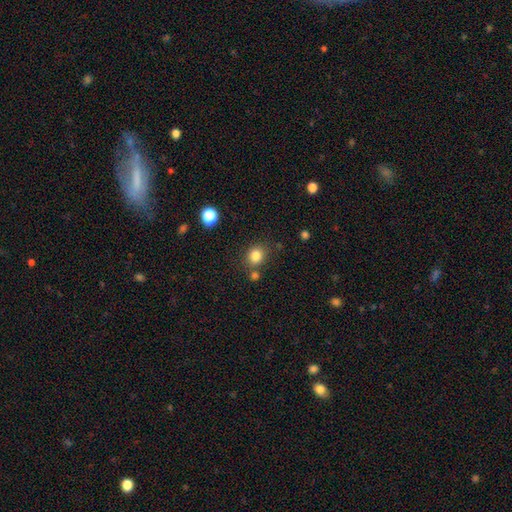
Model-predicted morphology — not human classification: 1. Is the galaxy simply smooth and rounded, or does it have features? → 82% smooth, 12% star or artifact, 6% featured or disk.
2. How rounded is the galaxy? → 71% round, 28% in between, 1% cigar-shaped.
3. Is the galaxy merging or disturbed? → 75% none, 11% minor disturbance, 10% merger, 4% major disturbance.